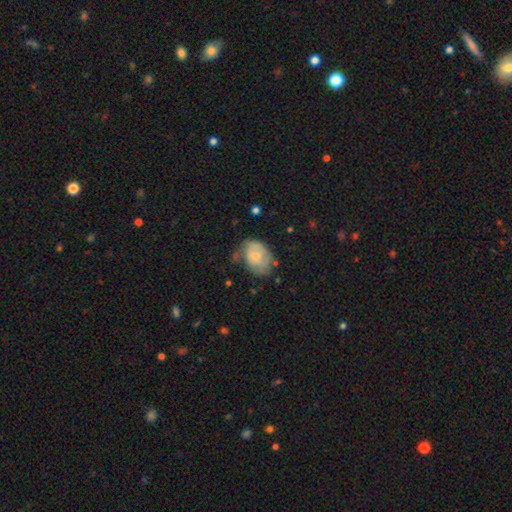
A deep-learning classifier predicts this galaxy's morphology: Smooth or featured? smooth (57%)
How rounded? in between (73%)
Merging? none (50%)